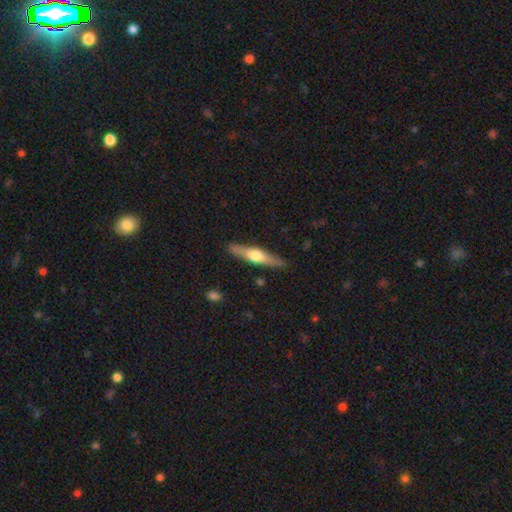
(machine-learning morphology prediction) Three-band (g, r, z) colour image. It shows a featured or disk galaxy (57%) viewed edge-on (94%) with a rounded central bulge (90%). Merging: none (88%).